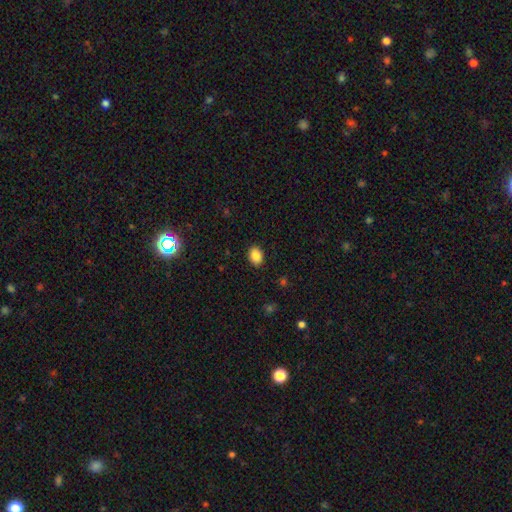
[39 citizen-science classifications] smooth 92%, star or artifact 8%, featured or disk 0%. Down the decision tree: how rounded — in between (86%); merging — none (86%).